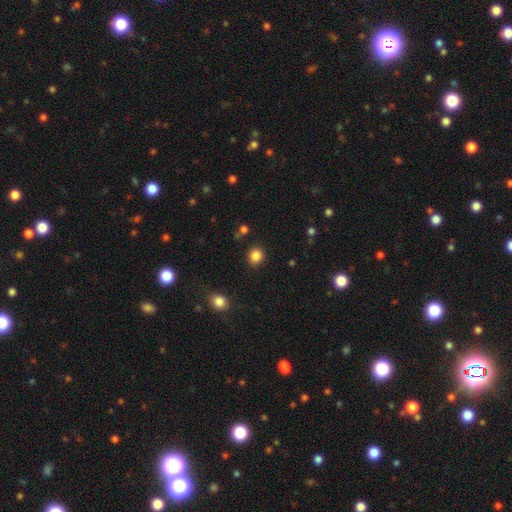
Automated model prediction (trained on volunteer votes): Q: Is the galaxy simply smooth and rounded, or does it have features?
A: smooth — 85%.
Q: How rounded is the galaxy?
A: round — 84%.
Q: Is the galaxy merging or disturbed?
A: none — 90%.